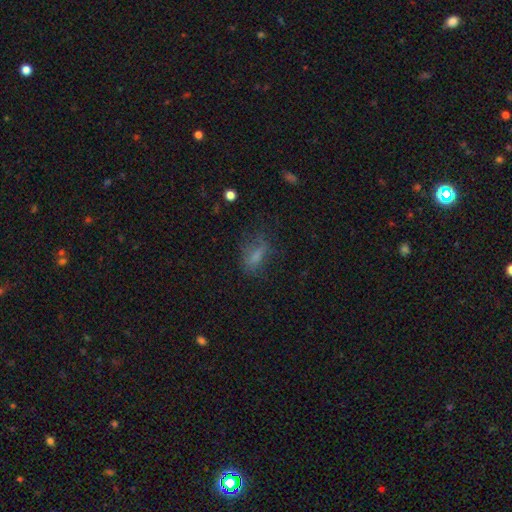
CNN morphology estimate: Smooth or featured? Predicted: smooth (p=0.62). How rounded? Predicted: in between (p=0.72). Merging? Predicted: none (p=0.50).